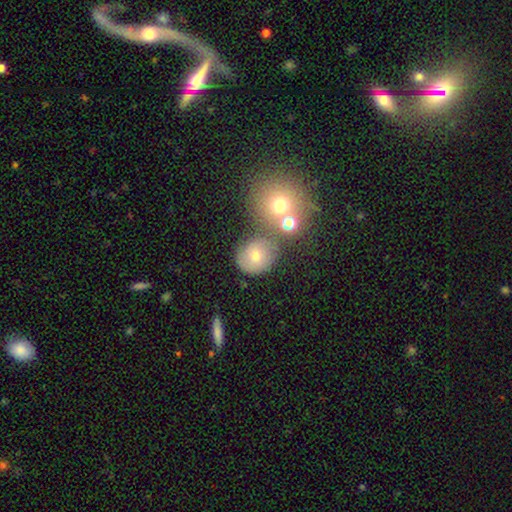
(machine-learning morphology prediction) type=smooth (67%); roundness=round (75%); merging=none (57%).